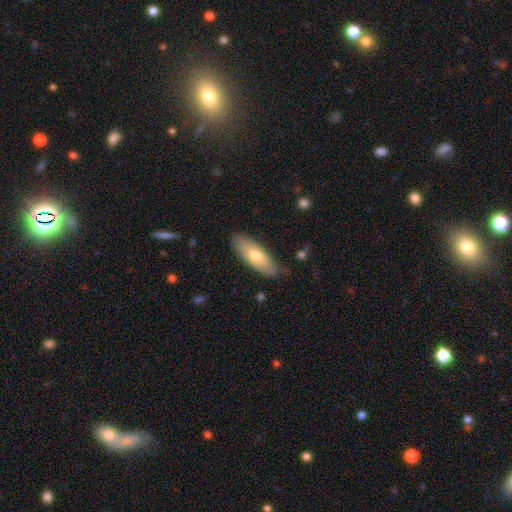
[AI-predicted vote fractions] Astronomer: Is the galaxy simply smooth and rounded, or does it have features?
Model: smooth — 68%.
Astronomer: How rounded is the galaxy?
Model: in between — 66%.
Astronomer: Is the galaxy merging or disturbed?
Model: none — 82%.